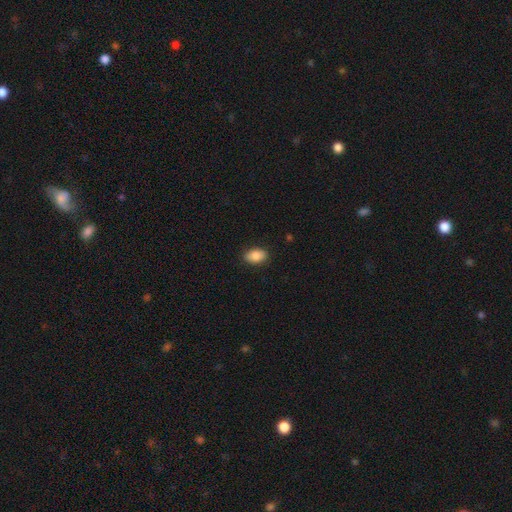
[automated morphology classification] Smooth or featured: smooth — 87% (star or artifact — 7%)
How rounded: in between — 89% (round — 10%)
Merging: none — 88% (minor disturbance — 9%)